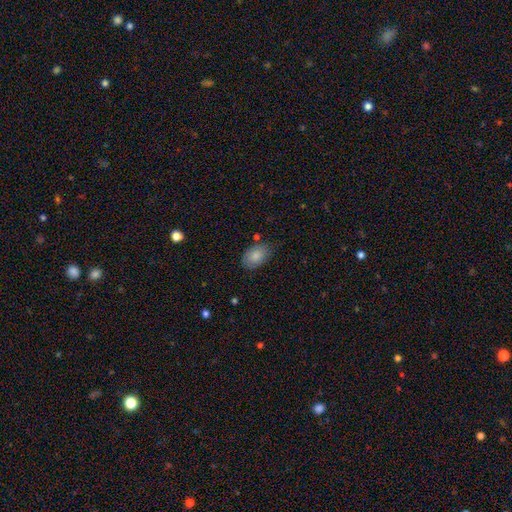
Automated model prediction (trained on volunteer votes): smooth-or-featured: smooth: 84% | featured or disk: 10% | star or artifact: 7%
  how-rounded: in between: 88% | round: 11% | cigar-shaped: 1%
  merging: none: 73% | minor disturbance: 20% | major disturbance: 4% | merger: 3%